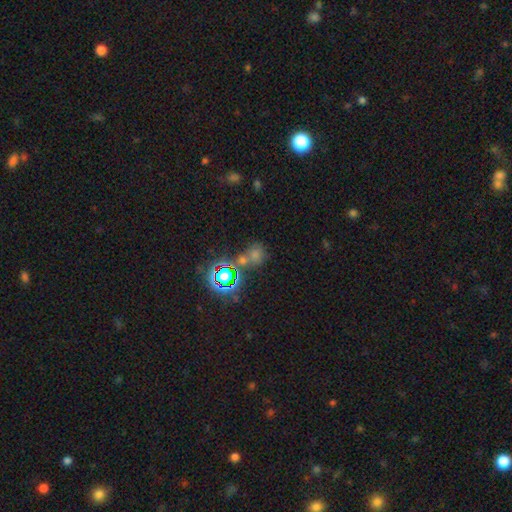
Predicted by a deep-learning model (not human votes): Smooth or featured? Predicted: star or artifact (p=0.46).